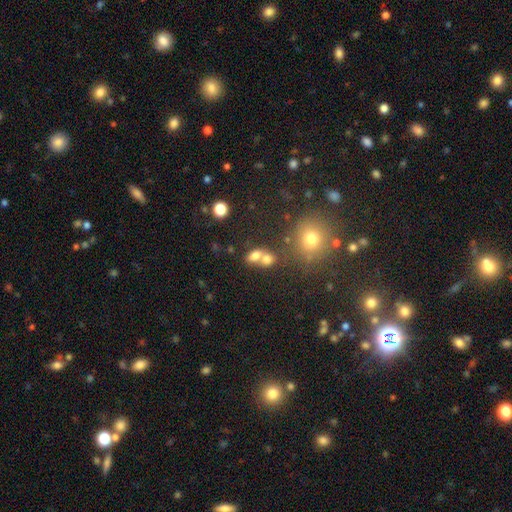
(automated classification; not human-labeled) This appears to be a smooth galaxy with no disk features (74%) that is in between round and cigar-shaped (69%). Merging: merger (57%).